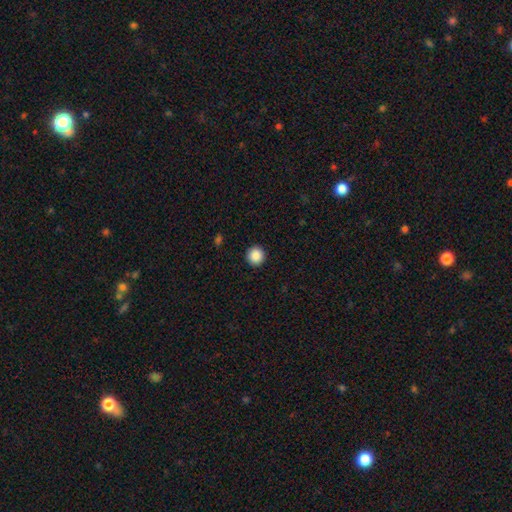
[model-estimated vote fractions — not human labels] A smooth galaxy with no disk features (89%) that is round (95%). Merging: none (93%).